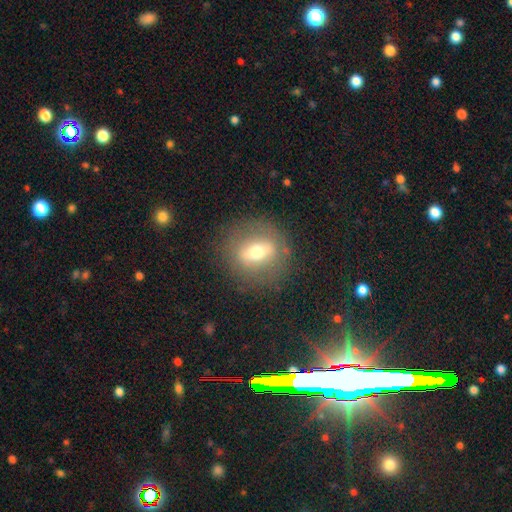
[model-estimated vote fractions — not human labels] This is possibly a smooth galaxy (46%). Merging: clearly none (83%).